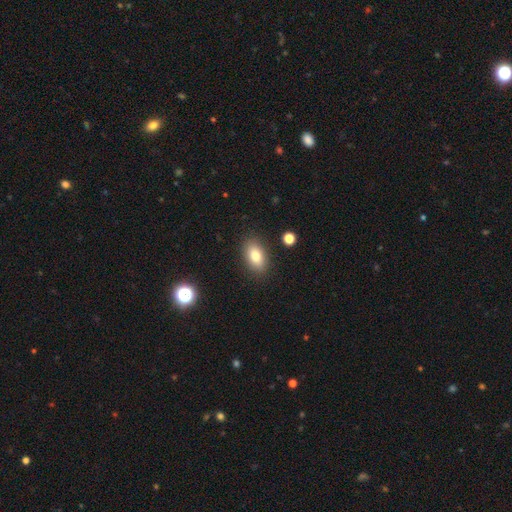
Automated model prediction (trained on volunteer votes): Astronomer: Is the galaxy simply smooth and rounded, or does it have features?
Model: smooth — 80%.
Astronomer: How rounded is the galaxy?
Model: in between — 89%.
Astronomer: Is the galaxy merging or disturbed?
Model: none — 87%.